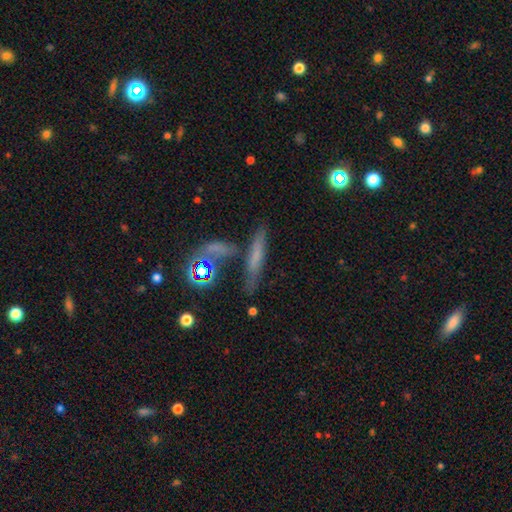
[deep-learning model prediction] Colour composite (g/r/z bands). It shows a smooth galaxy with no disk features (49%). Merging: none (55%).